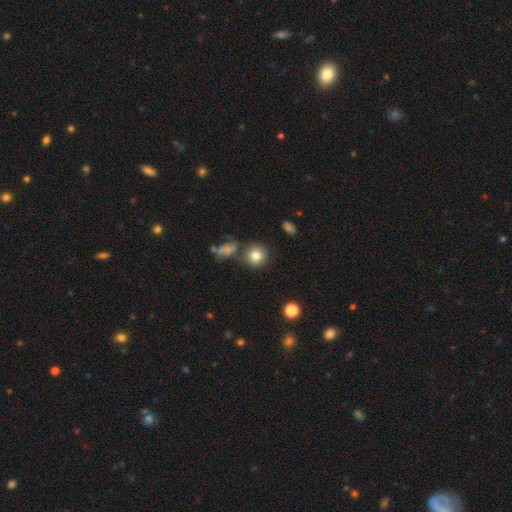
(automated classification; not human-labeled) A smooth galaxy with no disk features (80%) that is round (88%).

Vote fractions:
- Smooth or featured? smooth: 80% / star or artifact: 11% / featured or disk: 9%
- How rounded? round: 88% / in between: 11% / cigar-shaped: 1%
- Merging? none: 74% / minor disturbance: 11% / merger: 10% / major disturbance: 4%